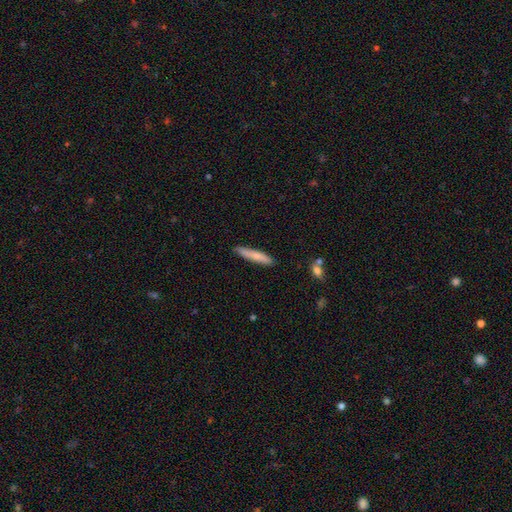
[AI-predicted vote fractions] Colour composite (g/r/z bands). It shows a smooth galaxy with no disk features (72%) that is cigar-shaped (93%). Merging: none (88%).